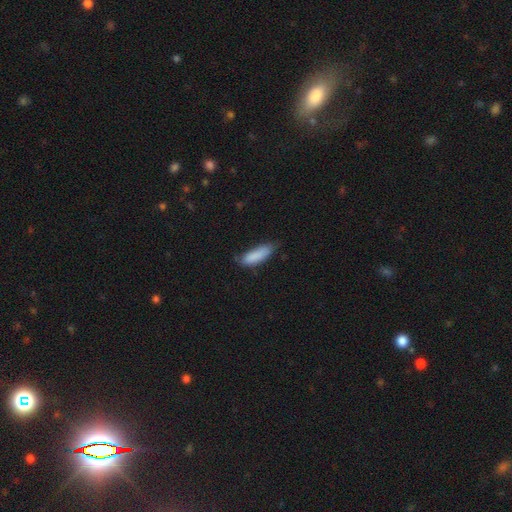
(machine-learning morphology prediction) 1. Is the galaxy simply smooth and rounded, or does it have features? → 87% smooth, 7% featured or disk, 6% star or artifact.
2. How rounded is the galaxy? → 53% in between, 45% cigar-shaped, 2% round.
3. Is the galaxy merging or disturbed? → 62% none, 30% minor disturbance, 6% major disturbance, 2% merger.